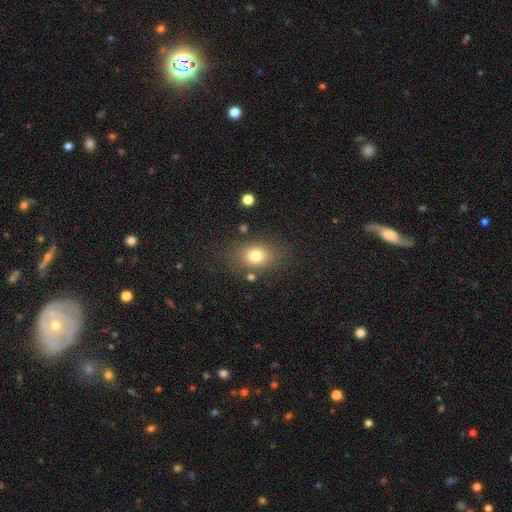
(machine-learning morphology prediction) This appears to be a smooth galaxy with no disk features (76%) that is in between round and cigar-shaped (62%). Merging: none (78%).